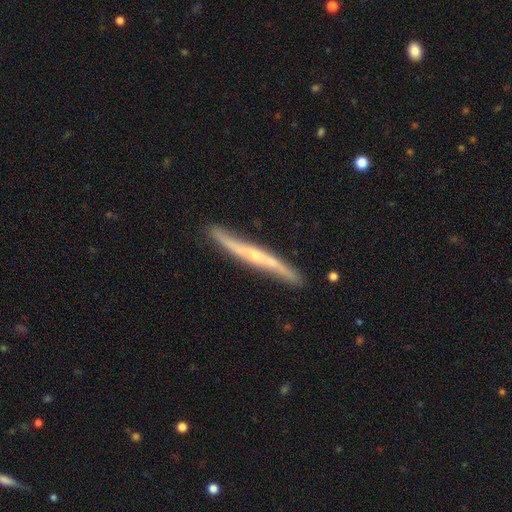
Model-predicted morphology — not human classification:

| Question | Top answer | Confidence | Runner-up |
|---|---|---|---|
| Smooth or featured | featured or disk | 75% | smooth (20%) |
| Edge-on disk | yes | 85% | no (15%) |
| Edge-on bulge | rounded | 55% | none (39%) |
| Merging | none | 81% | minor disturbance (14%) |